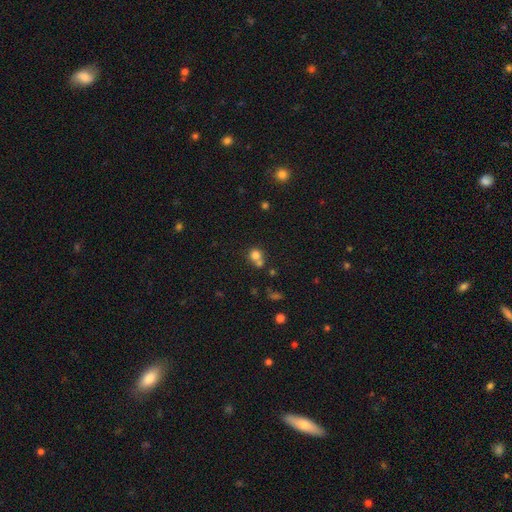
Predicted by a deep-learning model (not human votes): Overall: smooth (76%). How rounded: round (85%). Merging: none (44%, tied with merger).